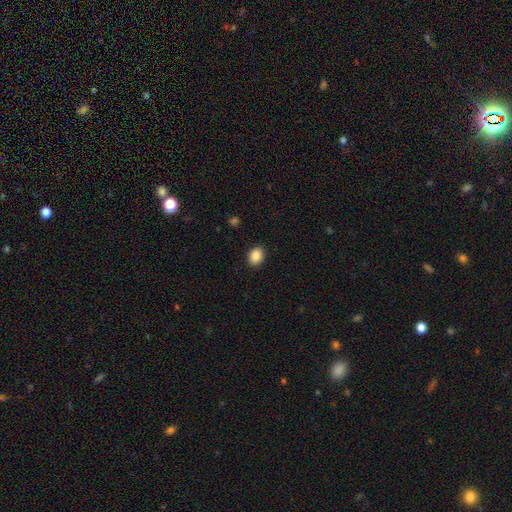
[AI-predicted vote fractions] The model was most divided on "how rounded": in between: 62%, round: 37%, cigar-shaped: 1%. More confident: merging — none (91%); smooth or featured — smooth (88%).